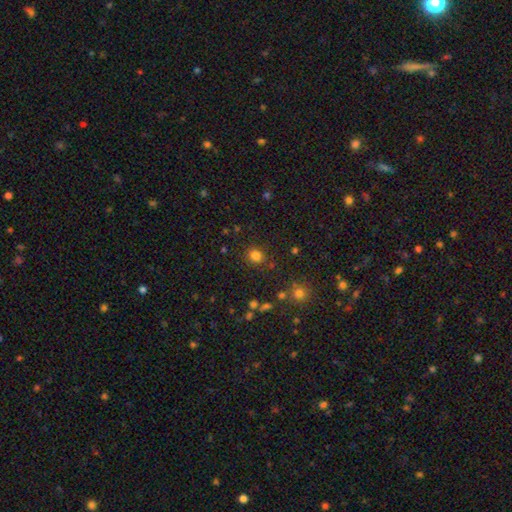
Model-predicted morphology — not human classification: type=smooth (80%); roundness=round (80%); merging=none (84%).